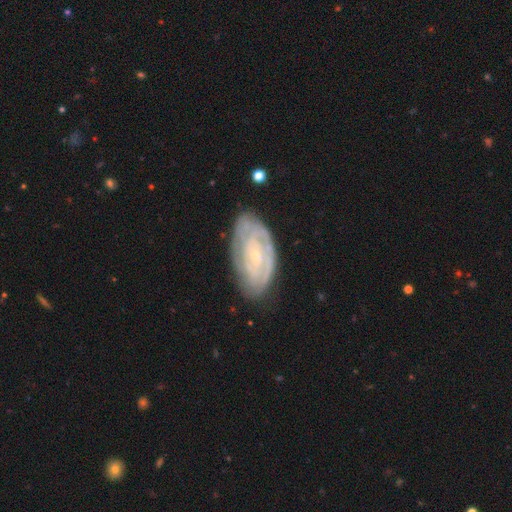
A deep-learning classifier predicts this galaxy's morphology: Smooth or featured? Predicted: featured or disk (p=0.80). Edge-on disk? Predicted: no (p=0.95). Bar? Predicted: no (p=0.67). Spiral arms? Predicted: yes (p=0.89). Spiral winding? Predicted: tight (p=0.75). Spiral arm count? Predicted: can't tell (p=0.45). Bulge size? Predicted: small (p=0.80). Merging? Predicted: none (p=0.75).